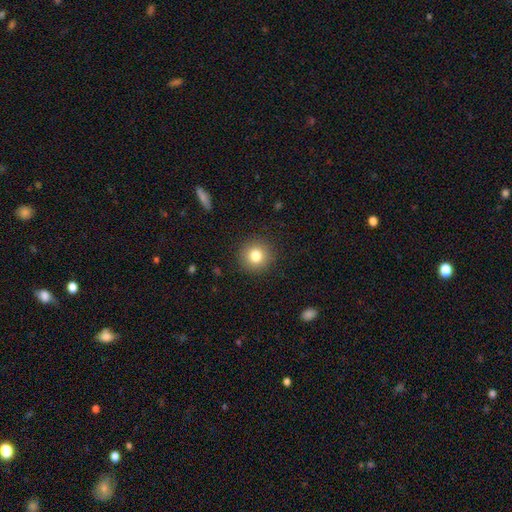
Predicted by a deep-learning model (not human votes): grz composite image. It shows a smooth galaxy with no disk features (82%) that is round (94%). Merging: none (90%).